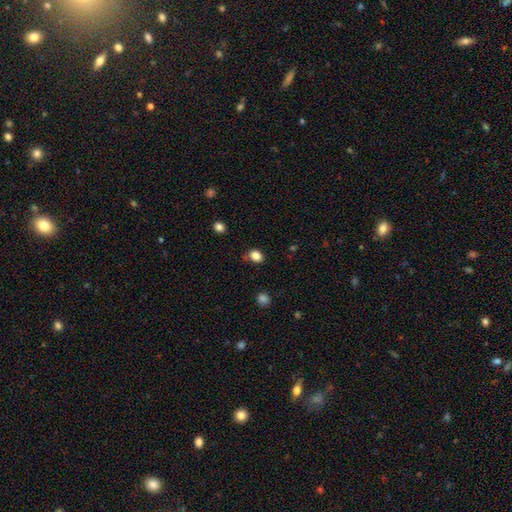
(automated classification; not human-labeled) Smooth or featured: smooth — 84% (star or artifact — 11%)
How rounded: in between — 54% (round — 45%)
Merging: none — 74% (minor disturbance — 19%)